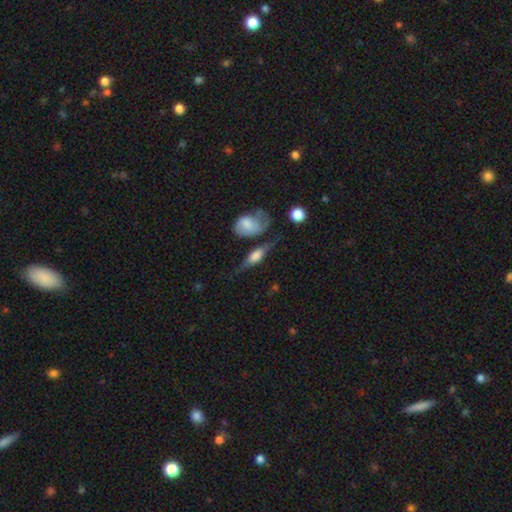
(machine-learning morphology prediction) Smooth or featured? Predicted: featured or disk (p=0.47). Merging? Predicted: none (p=0.54).